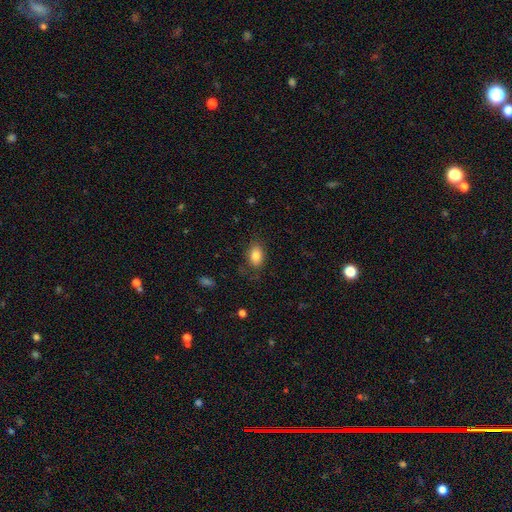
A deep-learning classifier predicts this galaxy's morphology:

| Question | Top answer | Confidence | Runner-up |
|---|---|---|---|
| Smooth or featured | smooth | 83% | star or artifact (9%) |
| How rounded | in between | 84% | round (14%) |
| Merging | none | 77% | minor disturbance (16%) |